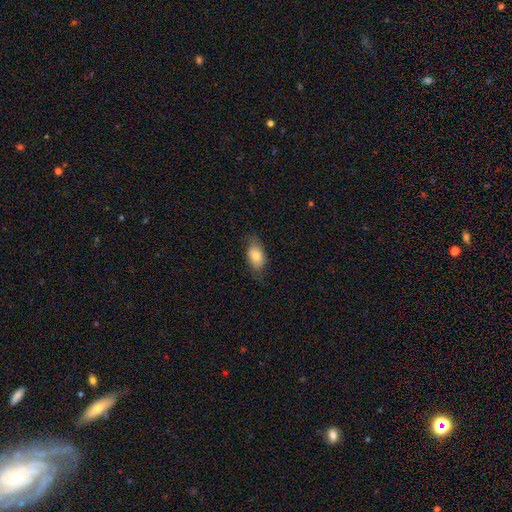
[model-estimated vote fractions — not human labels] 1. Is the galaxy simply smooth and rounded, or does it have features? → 77% smooth, 16% featured or disk, 7% star or artifact.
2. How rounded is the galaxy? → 90% in between, 7% round, 3% cigar-shaped.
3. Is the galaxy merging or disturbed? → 72% none, 20% minor disturbance, 6% major disturbance, 1% merger.